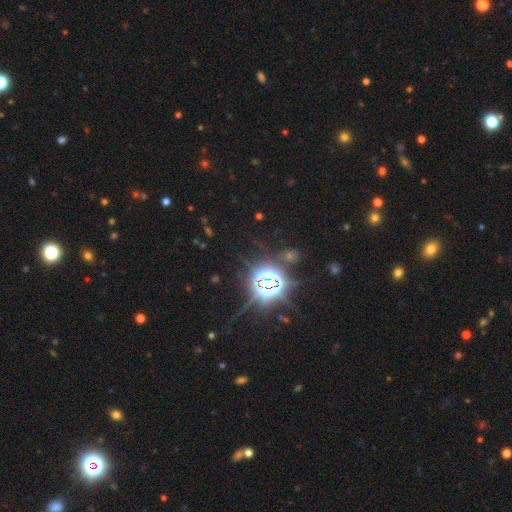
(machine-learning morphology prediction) star or artifact 83%, smooth 12%, featured or disk 6%.